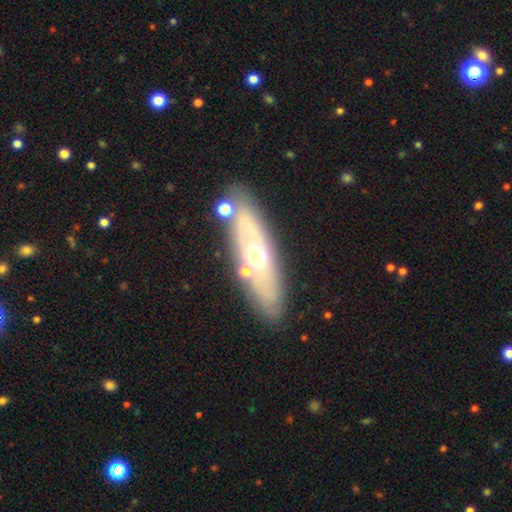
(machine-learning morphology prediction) Overall: featured or disk (55%; smooth 37%). Edge-on disk: no (61%; yes 39%). Merging: none (79%).